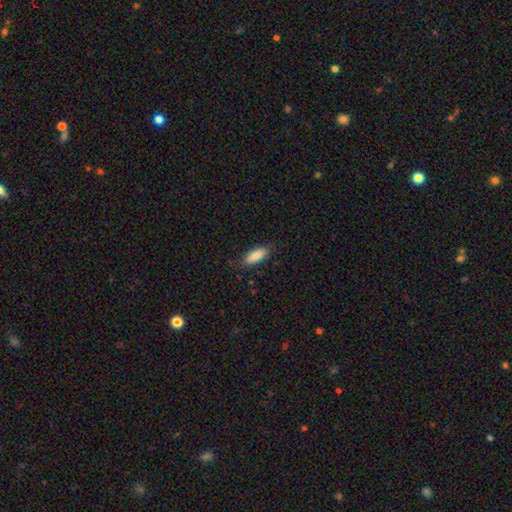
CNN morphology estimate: type=smooth (86%); roundness=in between (72%); merging=none (83%).